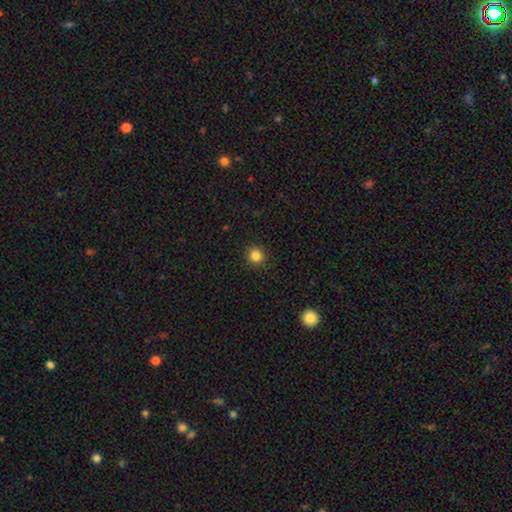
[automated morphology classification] Smooth or featured? smooth (84%)
How rounded? round (92%)
Merging? none (92%)